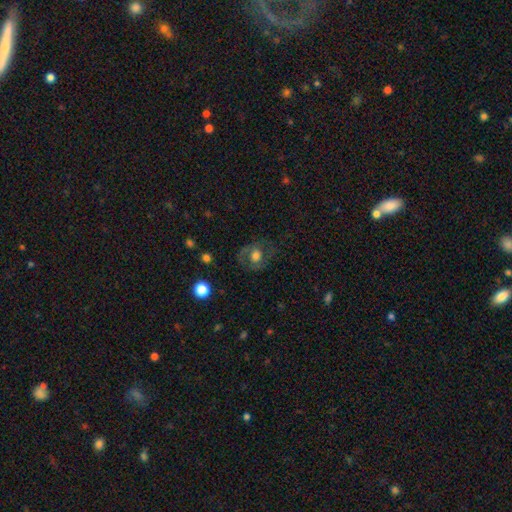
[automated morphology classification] Q: Smooth or featured?
A: featured or disk (46%); runner-up: smooth (44%)
Q: Merging?
A: none (67%); runner-up: minor disturbance (17%)